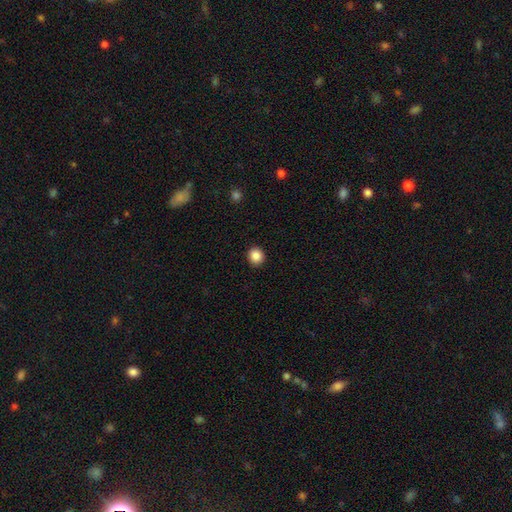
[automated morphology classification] This is clearly a smooth galaxy (87%). How rounded: clearly round (84%). Merging: clearly none (92%).